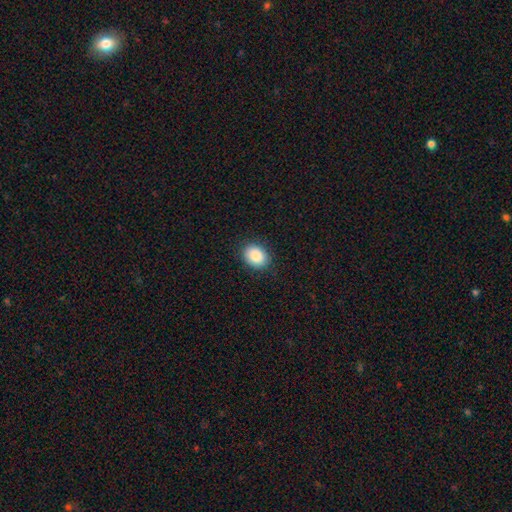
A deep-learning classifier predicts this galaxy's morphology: The model was most divided on "how rounded": in between: 65%, round: 34%, cigar-shaped: 1%. More confident: smooth or featured — smooth (89%); merging — none (88%).